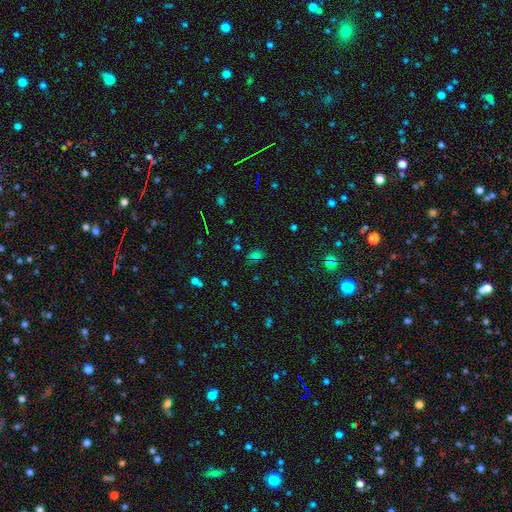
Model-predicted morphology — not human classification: This appears to be a smooth galaxy with no disk features (56%) that is in between round and cigar-shaped (70%). Merging: none (70%).